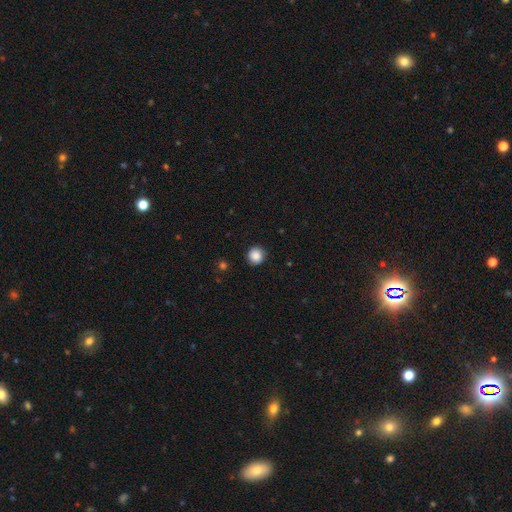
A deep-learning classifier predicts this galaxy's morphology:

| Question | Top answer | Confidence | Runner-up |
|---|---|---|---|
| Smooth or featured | smooth | 87% | star or artifact (9%) |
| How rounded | round | 94% | in between (5%) |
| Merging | none | 91% | minor disturbance (7%) |